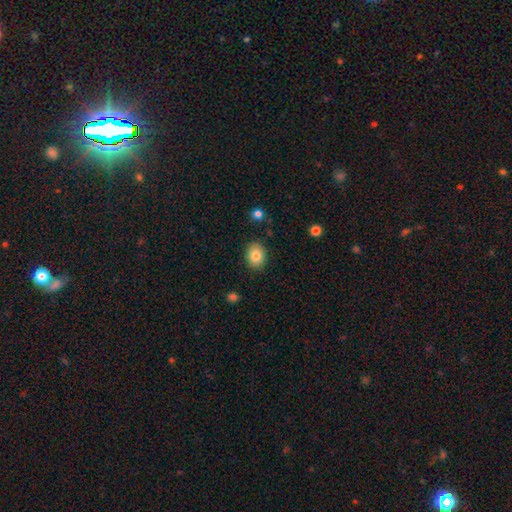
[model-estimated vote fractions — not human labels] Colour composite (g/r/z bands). It shows a smooth galaxy with no disk features (83%) that is in between round and cigar-shaped (59%). Merging: none (88%).